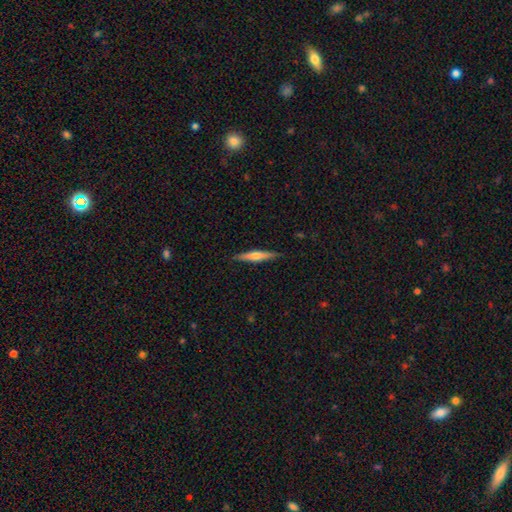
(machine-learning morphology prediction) Smooth or featured?
  - smooth: 47% * (tied)
  - featured or disk: 47% * (tied)
  - star or artifact: 6%
Merging?
  - none: 89% *
  - minor disturbance: 8%
  - major disturbance: 2%
  - merger: 1%